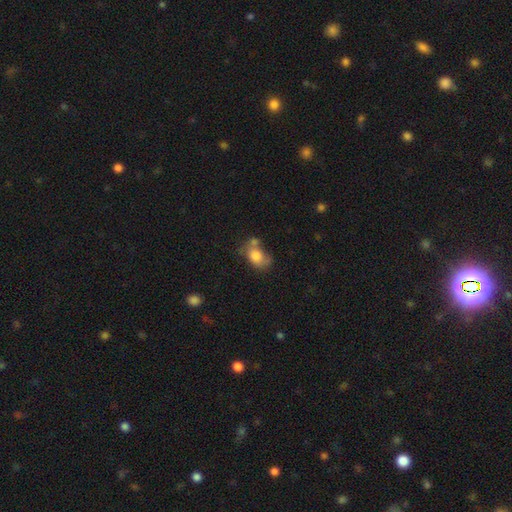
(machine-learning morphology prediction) A smooth galaxy with no disk features (75%) that is in between round and cigar-shaped (69%).

Vote fractions:
- Smooth or featured? smooth: 75% / featured or disk: 16% / star or artifact: 9%
- How rounded? in between: 69% / round: 29% / cigar-shaped: 1%
- Merging? none: 31% / merger: 30% / minor disturbance: 24% / major disturbance: 16%